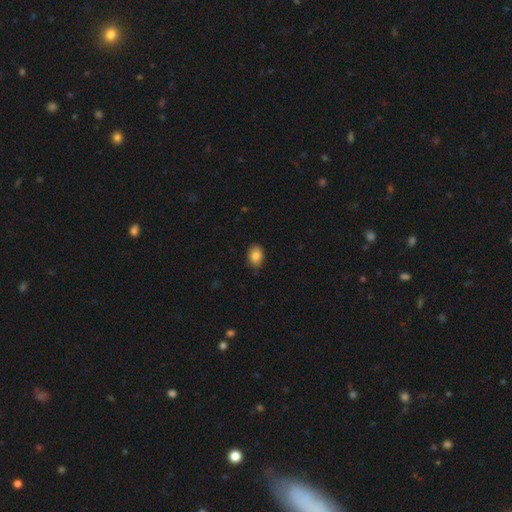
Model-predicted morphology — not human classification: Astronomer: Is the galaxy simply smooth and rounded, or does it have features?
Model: smooth — 85%.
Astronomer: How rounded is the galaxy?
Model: in between — 75%.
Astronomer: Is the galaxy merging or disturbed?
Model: none — 86%.